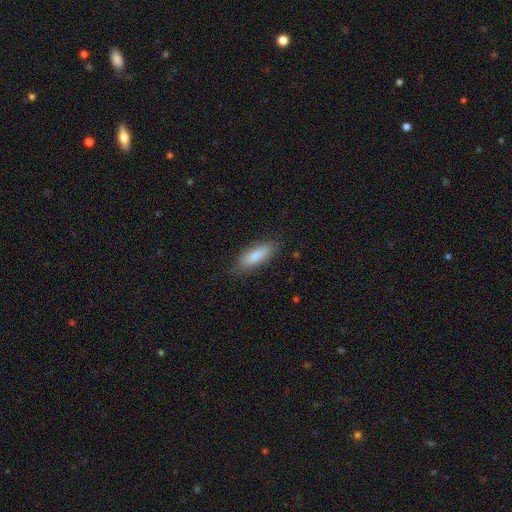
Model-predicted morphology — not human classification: smooth_or_featured: smooth (p=0.86) [alt: featured or disk p=0.08]
how_rounded: in between (p=0.60) [alt: cigar-shaped p=0.38]
merging: none (p=0.84) [alt: minor disturbance p=0.12]